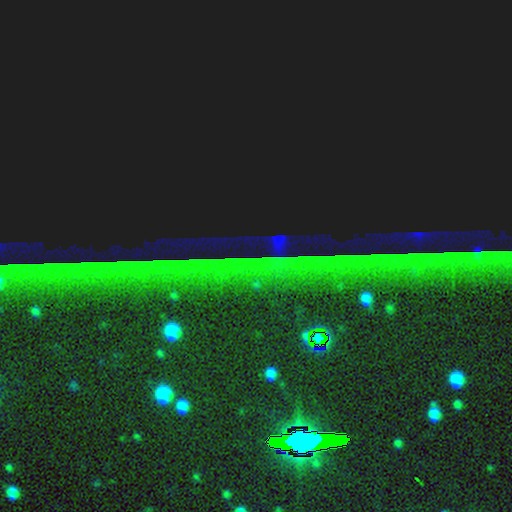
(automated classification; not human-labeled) This is clearly a star or artifact rather than a galaxy (89%).